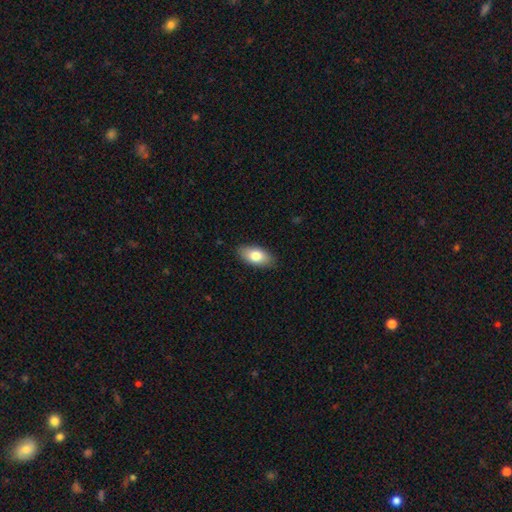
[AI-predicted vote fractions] A smooth galaxy with no disk features (79%) that is in between round and cigar-shaped (91%).

Vote fractions:
- Smooth or featured? smooth: 79% / featured or disk: 15% / star or artifact: 6%
- How rounded? in between: 91% / cigar-shaped: 5% / round: 3%
- Merging? none: 87% / minor disturbance: 10% / major disturbance: 2% / merger: 1%